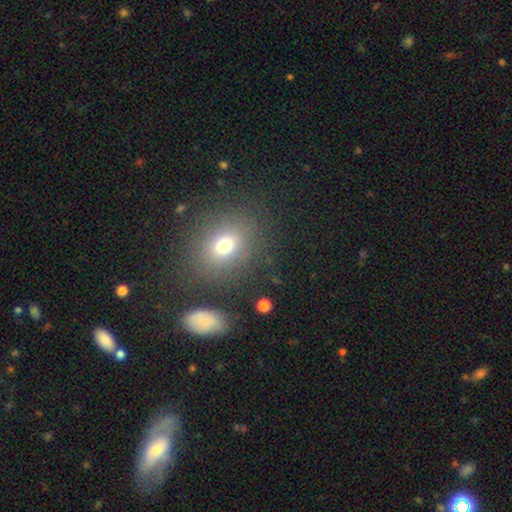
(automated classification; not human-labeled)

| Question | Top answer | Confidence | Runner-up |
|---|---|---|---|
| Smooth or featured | smooth | 60% | star or artifact (26%) |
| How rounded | round | 58% | in between (40%) |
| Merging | none | 80% | minor disturbance (10%) |